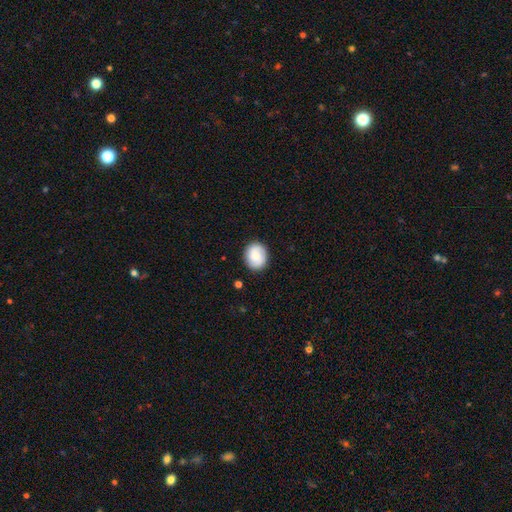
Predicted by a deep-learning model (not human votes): smooth_or_featured: smooth (p=0.73) [alt: featured or disk p=0.20]
how_rounded: round (p=0.66) [alt: in between p=0.33]
merging: none (p=0.88) [alt: minor disturbance p=0.09]